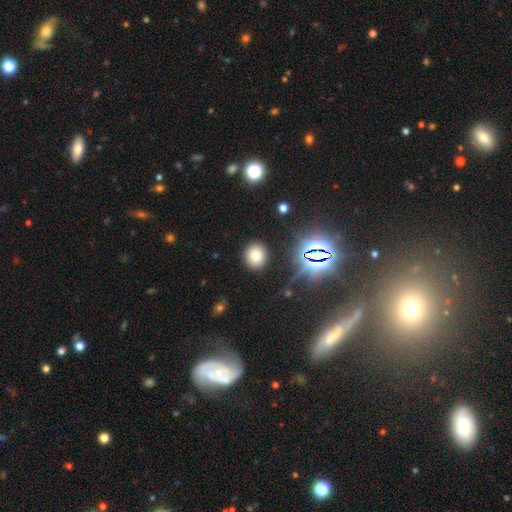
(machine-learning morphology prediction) Smooth or featured: smooth — 74% (star or artifact — 18%)
How rounded: round — 71% (in between — 28%)
Merging: none — 89% (minor disturbance — 7%)